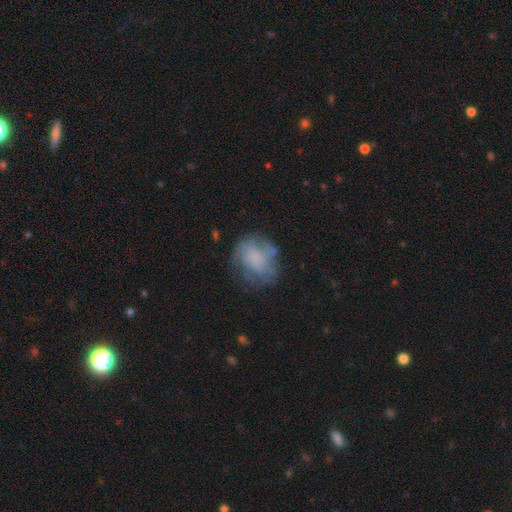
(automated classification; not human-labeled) Smooth or featured: featured or disk — 45% (smooth — 44%)
Merging: none — 61% (minor disturbance — 22%)